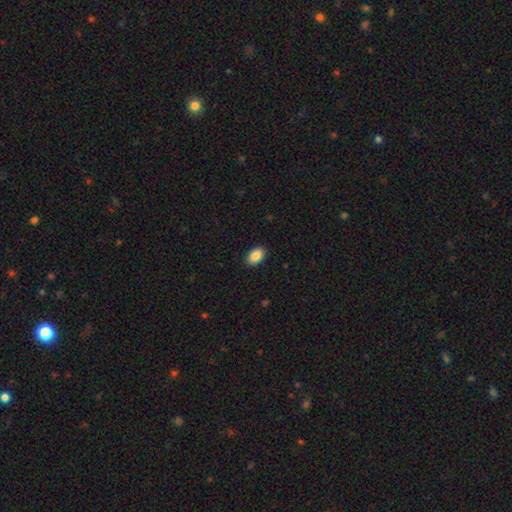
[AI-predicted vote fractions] A smooth galaxy with no disk features (88%) that is in between round and cigar-shaped (88%). Merging: none (90%).